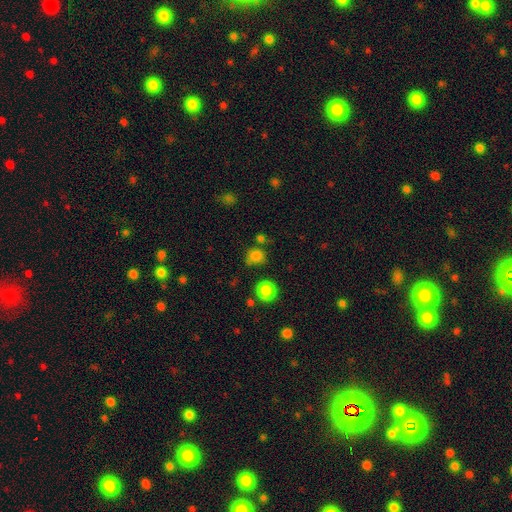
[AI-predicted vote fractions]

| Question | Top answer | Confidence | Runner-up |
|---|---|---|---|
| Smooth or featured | smooth | 81% | star or artifact (15%) |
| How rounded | round | 81% | in between (18%) |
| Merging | none | 70% | minor disturbance (16%) |